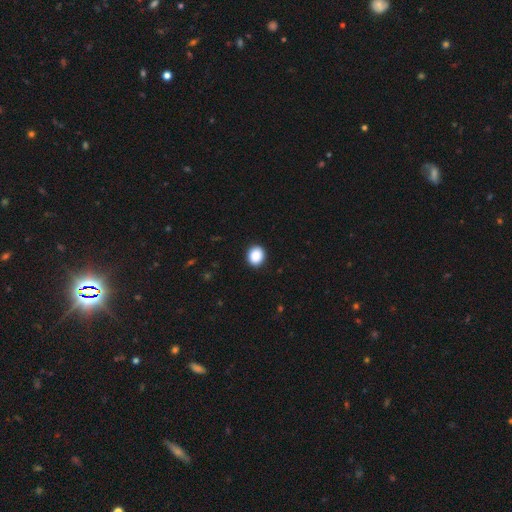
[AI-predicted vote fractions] Morphology: type=smooth (89%); roundness=round (71%); merging=none (91%).